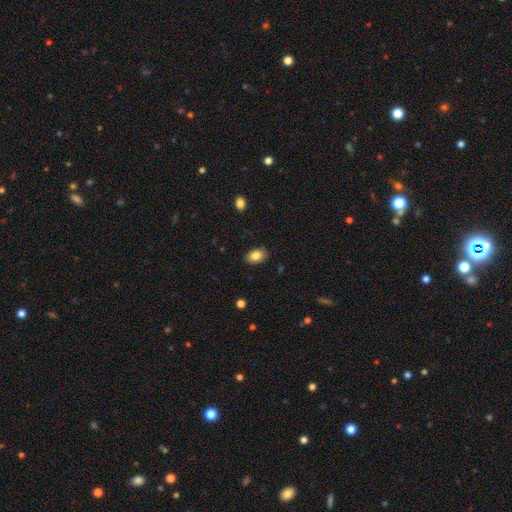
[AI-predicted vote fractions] smooth 84%, featured or disk 9%, star or artifact 8%. Down the decision tree: how rounded — in between (88%); merging — none (84%).